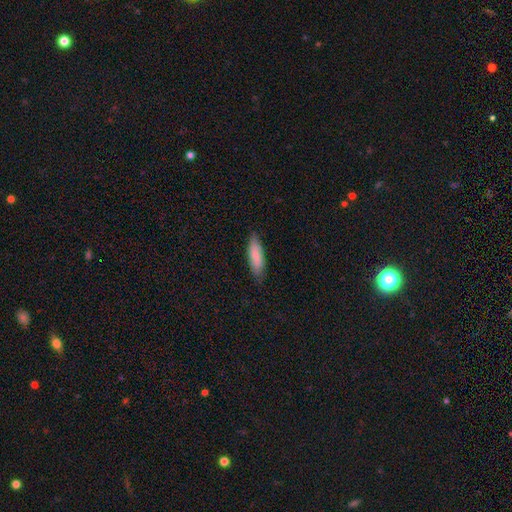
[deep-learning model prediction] Q: Smooth or featured?
A: smooth (81%); runner-up: featured or disk (13%)
Q: How rounded?
A: cigar-shaped (50%); runner-up: in between (49%)
Q: Merging?
A: none (80%); runner-up: minor disturbance (16%)